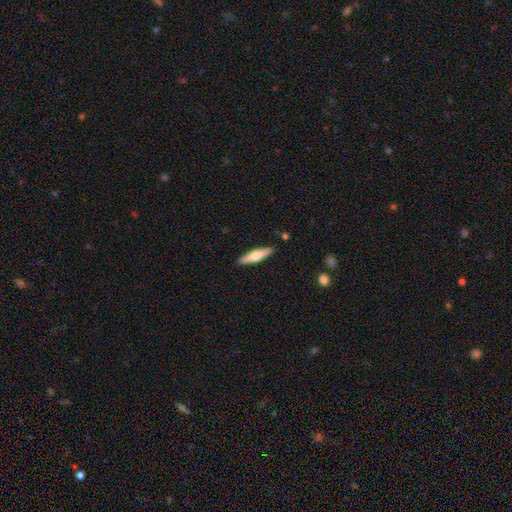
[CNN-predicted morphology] A smooth galaxy with no disk features (52%) that is cigar-shaped (81%).

Vote fractions:
- Smooth or featured? smooth: 52% / featured or disk: 43% / star or artifact: 5%
- How rounded? cigar-shaped: 81% / in between: 18% / round: 2%
- Merging? none: 89% / minor disturbance: 8% / major disturbance: 2% / merger: 1%